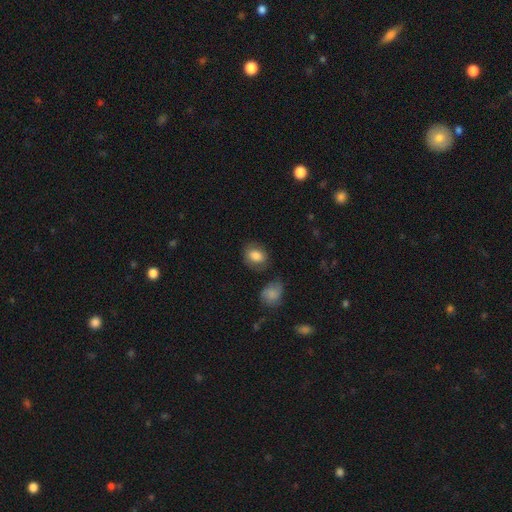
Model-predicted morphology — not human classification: Q: Smooth or featured?
A: smooth (83%); runner-up: featured or disk (9%)
Q: How rounded?
A: in between (58%); runner-up: round (41%)
Q: Merging?
A: none (72%); runner-up: minor disturbance (18%)